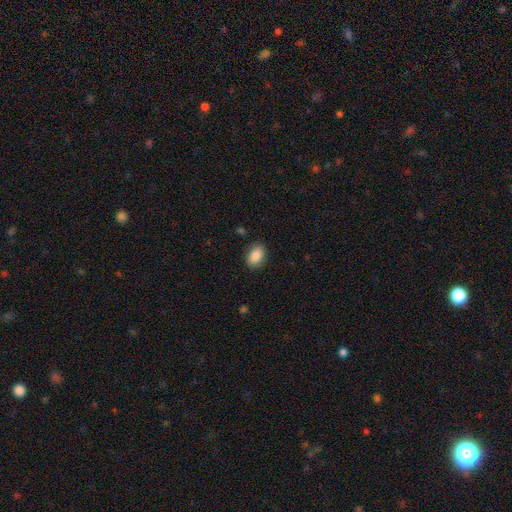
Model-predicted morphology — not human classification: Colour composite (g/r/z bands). It shows a smooth galaxy with no disk features (89%) that is in between round and cigar-shaped (87%). Merging: none (86%).